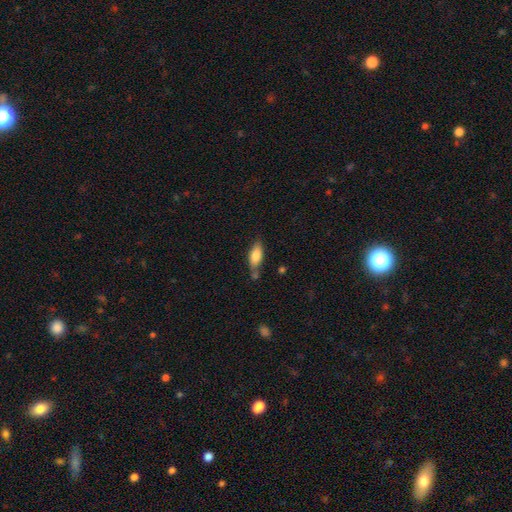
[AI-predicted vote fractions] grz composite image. It shows a smooth galaxy with no disk features (78%) that is in between round and cigar-shaped (78%). Merging: none (61%).